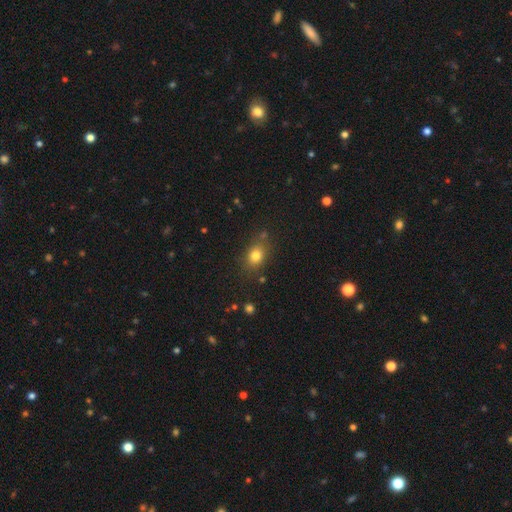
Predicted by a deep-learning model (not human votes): A smooth galaxy with no disk features (78%) that is in between round and cigar-shaped (55%). Merging: none (76%).